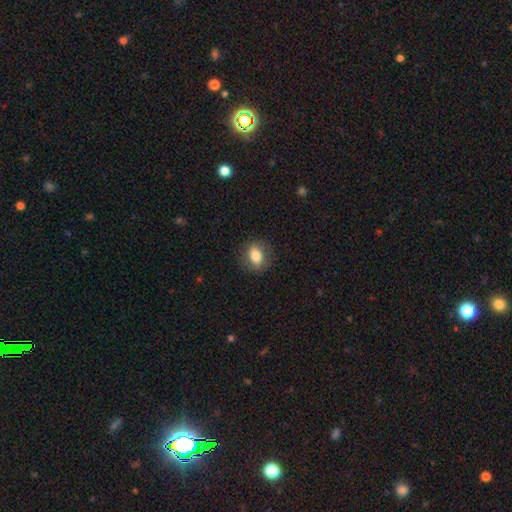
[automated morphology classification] smooth 76%, featured or disk 16%, star or artifact 8%. Down the decision tree: how rounded — in between (63%); merging — none (83%).